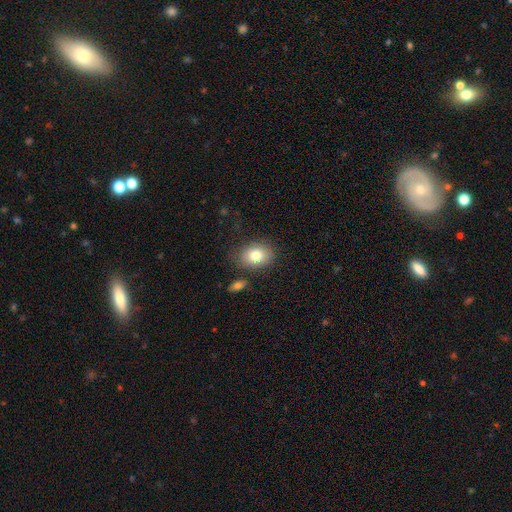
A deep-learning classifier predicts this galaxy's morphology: Overall: smooth (80%). How rounded: in between (63%; round 36%). Merging: none (78%).